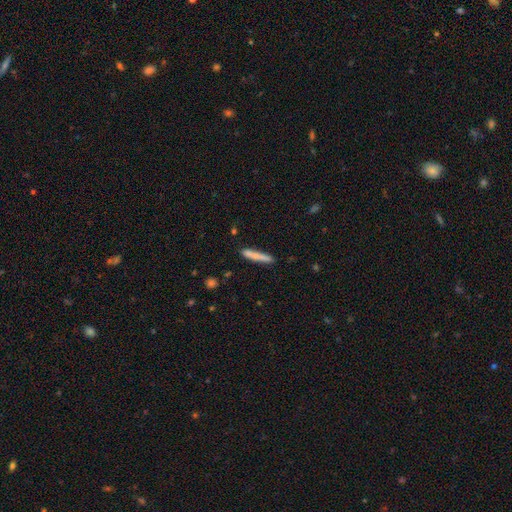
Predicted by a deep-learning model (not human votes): A smooth galaxy with no disk features (75%) that is cigar-shaped (95%). Merging: none (83%).